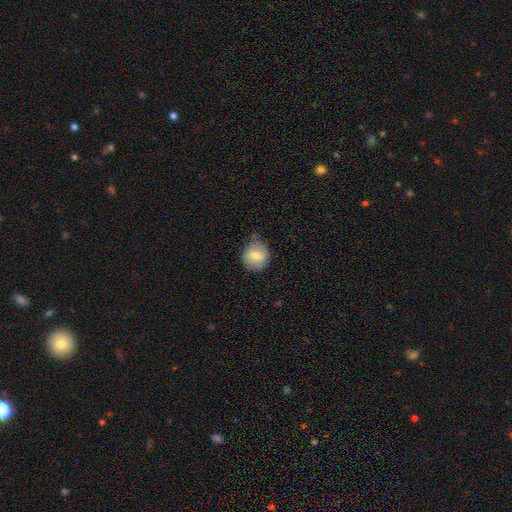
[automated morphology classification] smooth_or_featured: smooth (p=0.78) [alt: featured or disk p=0.14]
how_rounded: round (p=0.79) [alt: in between p=0.20]
merging: none (p=0.56) [alt: minor disturbance p=0.33]